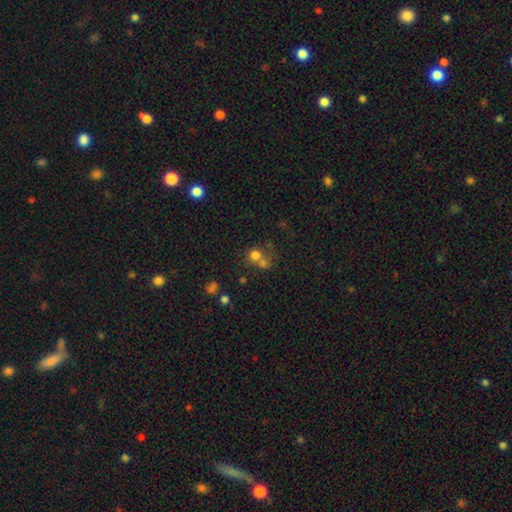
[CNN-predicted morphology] smooth-or-featured: smooth: 70% | star or artifact: 16% | featured or disk: 14%
  how-rounded: round: 82% | in between: 17% | cigar-shaped: 1%
  merging: merger: 46% | none: 39% | minor disturbance: 8% | major disturbance: 6%